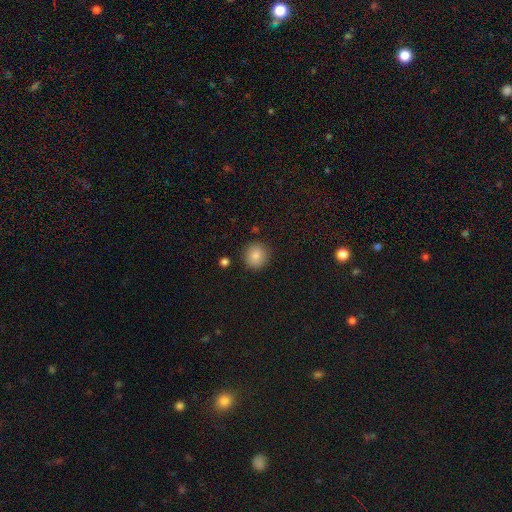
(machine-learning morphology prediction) Smooth or featured? smooth (84%)
How rounded? round (91%)
Merging? none (89%)